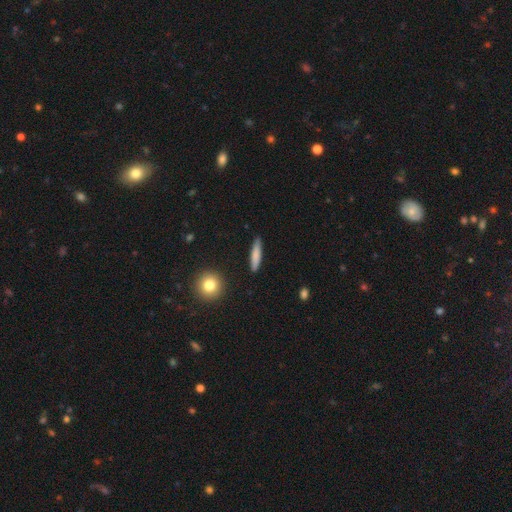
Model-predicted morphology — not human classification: The model was most divided on "smooth or featured": smooth: 78%, featured or disk: 16%, star or artifact: 6%. More confident: merging — none (88%); how rounded — cigar-shaped (88%).